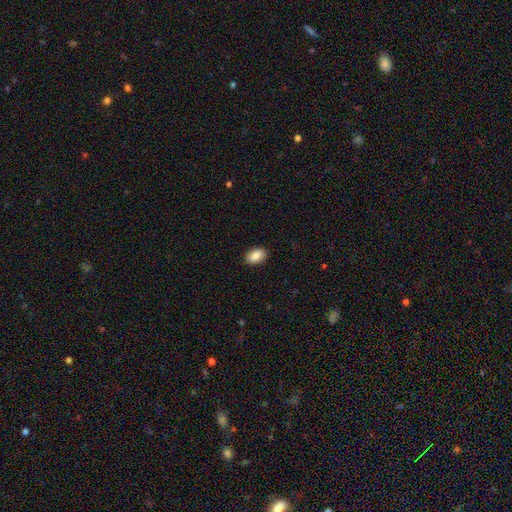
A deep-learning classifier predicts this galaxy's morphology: Smooth or featured?
  - smooth: 87% *
  - star or artifact: 7%
  - featured or disk: 6%
How rounded?
  - in between: 89% *
  - round: 10%
  - cigar-shaped: 1%
Merging?
  - none: 90% *
  - minor disturbance: 8%
  - major disturbance: 2%
  - merger: 1%